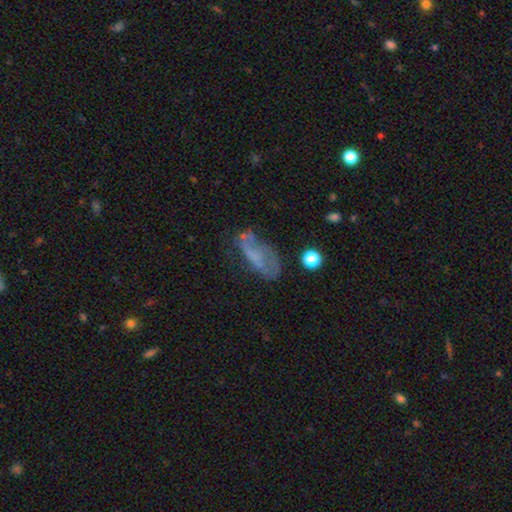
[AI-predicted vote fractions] Q: Smooth or featured?
A: smooth (44%); runner-up: featured or disk (43%)
Q: Merging?
A: none (45%); runner-up: minor disturbance (26%)